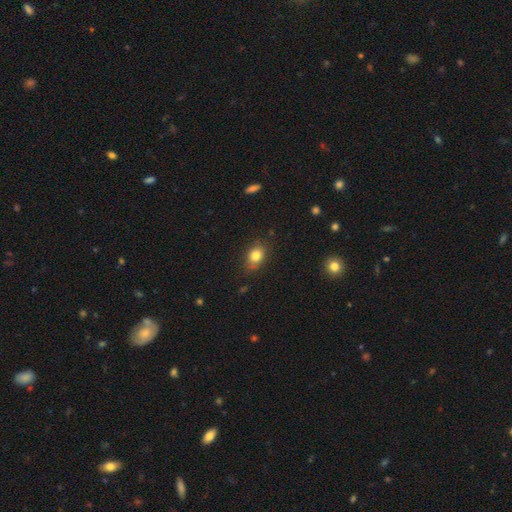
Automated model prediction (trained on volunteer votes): A smooth galaxy with no disk features (82%) that is in between round and cigar-shaped (67%). Merging: none (77%).